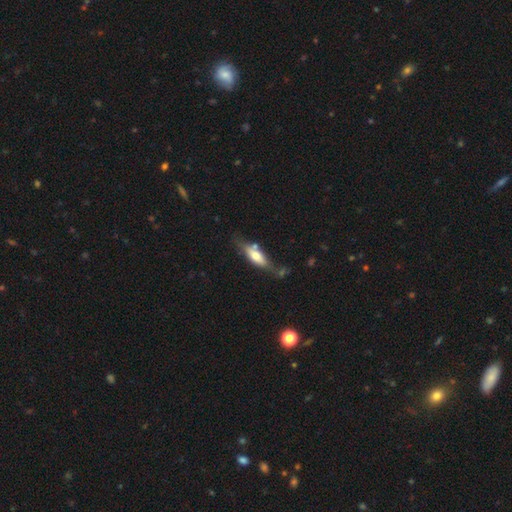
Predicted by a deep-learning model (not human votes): smooth 58%, featured or disk 36%, star or artifact 6%. Down the decision tree: how rounded — in between (54%); merging — none (59%).